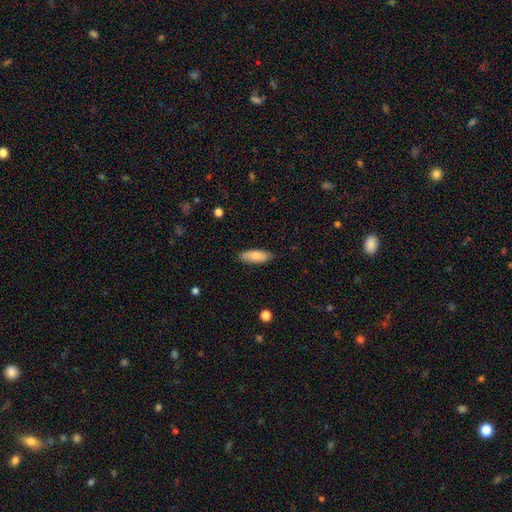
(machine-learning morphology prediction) smooth 83%, featured or disk 11%, star or artifact 6%. Down the decision tree: how rounded — in between (68%); merging — none (84%).